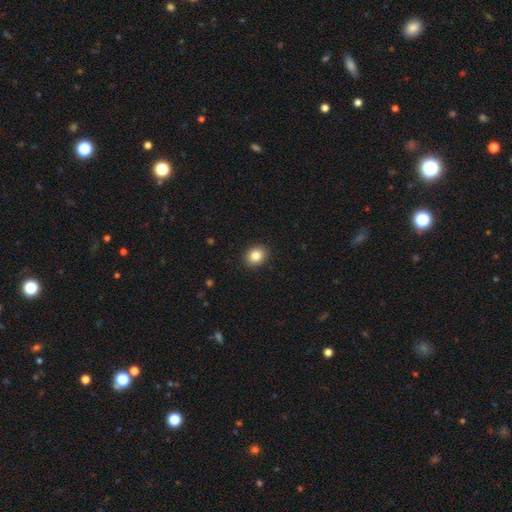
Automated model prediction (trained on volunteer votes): Morphology: type=smooth (85%); roundness=round (52%); merging=none (90%).